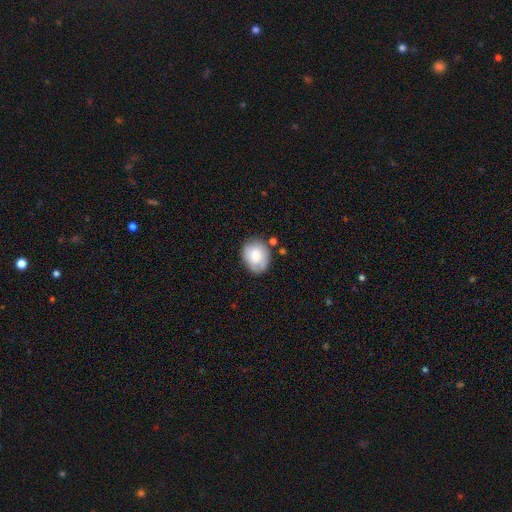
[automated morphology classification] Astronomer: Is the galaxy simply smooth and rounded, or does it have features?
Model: smooth — 73%.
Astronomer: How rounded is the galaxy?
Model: in between — 51% (runner-up: round, 48%).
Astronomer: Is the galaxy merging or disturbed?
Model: none — 71%.